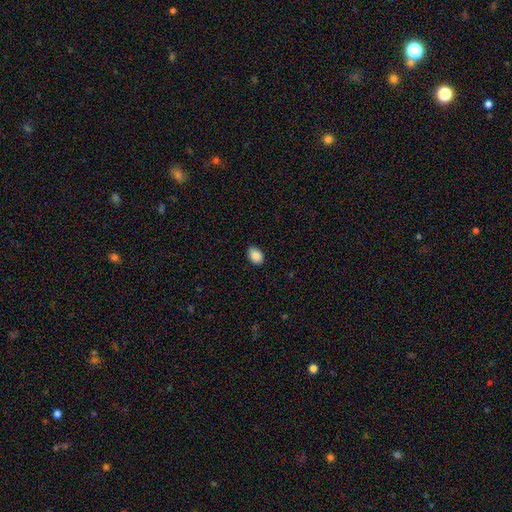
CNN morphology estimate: A smooth galaxy with no disk features (88%) that is in between round and cigar-shaped (82%). Merging: none (86%).